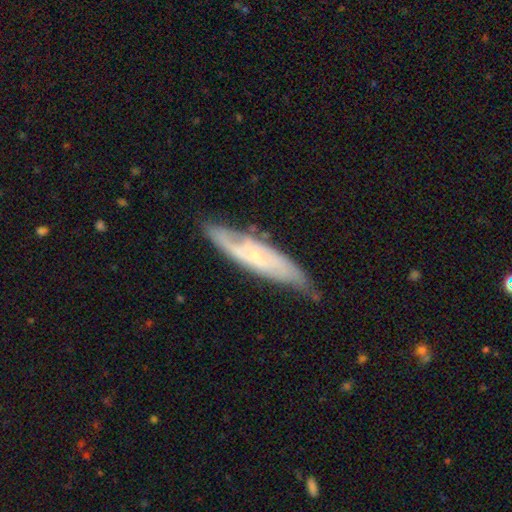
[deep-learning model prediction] smooth-or-featured: featured or disk: 71% | smooth: 23% | star or artifact: 6%
  disk-edge-on: no: 66% | yes: 34%
  merging: none: 68% | minor disturbance: 24% | major disturbance: 6% | merger: 3%